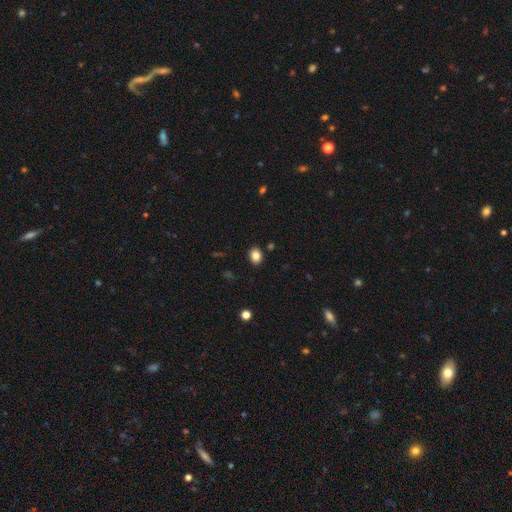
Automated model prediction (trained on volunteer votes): Morphology: type=smooth (84%); roundness=in between (53%); merging=none (89%).